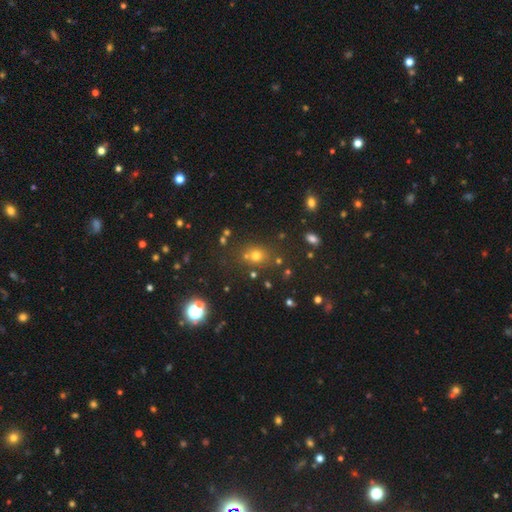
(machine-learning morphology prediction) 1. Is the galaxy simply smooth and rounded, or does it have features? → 62% smooth, 28% star or artifact, 10% featured or disk.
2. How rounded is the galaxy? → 75% round, 24% in between, 1% cigar-shaped.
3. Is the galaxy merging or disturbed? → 72% none, 13% merger, 11% minor disturbance, 5% major disturbance.